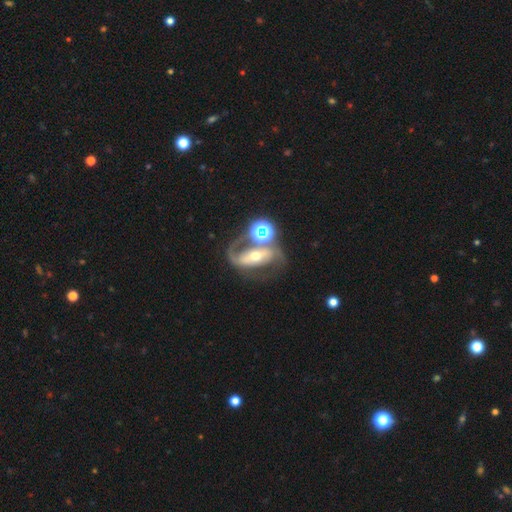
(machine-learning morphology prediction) Overall: featured or disk (78%). Edge-on disk: no (95%). Bar: strong (47%; no 28%). Spiral arms: yes (88%). Spiral arm count: 2 (85%). Spiral winding: medium (45%; loose 39%). Bulge size: moderate (58%; small 32%). Merging: none (50%; merger 19%).